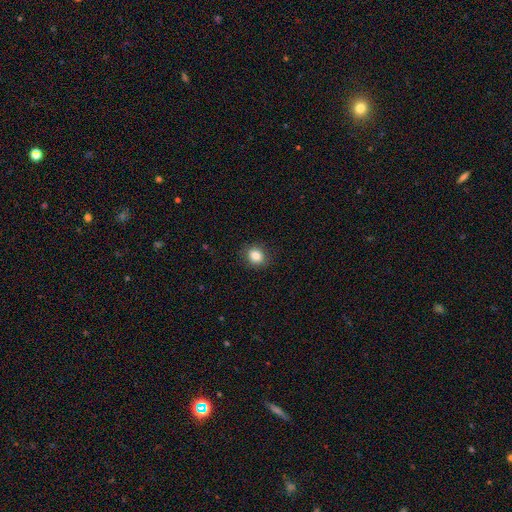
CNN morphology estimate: Smooth or featured?
  - smooth: 84% *
  - star or artifact: 10%
  - featured or disk: 6%
How rounded?
  - round: 66% *
  - in between: 33%
  - cigar-shaped: 1%
Merging?
  - none: 88% *
  - minor disturbance: 8%
  - major disturbance: 2%
  - merger: 1%